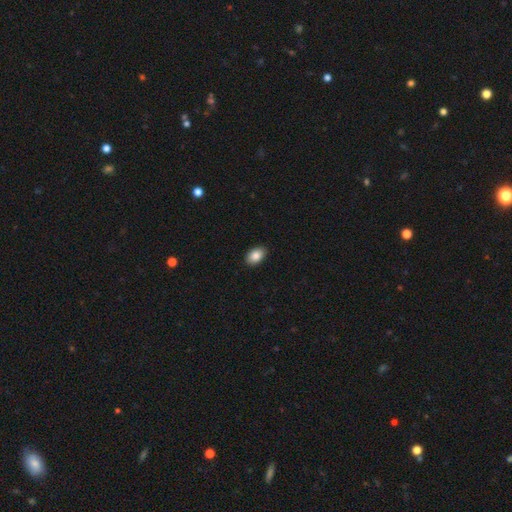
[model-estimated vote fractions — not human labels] smooth 86%, star or artifact 8%, featured or disk 6%. Down the decision tree: how rounded — in between (88%); merging — none (90%).